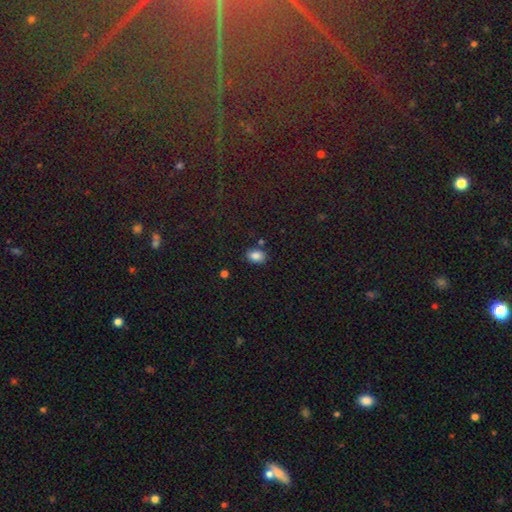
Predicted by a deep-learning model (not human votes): smooth-or-featured: smooth: 85% | star or artifact: 10% | featured or disk: 5%
  how-rounded: in between: 78% | round: 20% | cigar-shaped: 1%
  merging: none: 79% | minor disturbance: 13% | merger: 5% | major disturbance: 3%